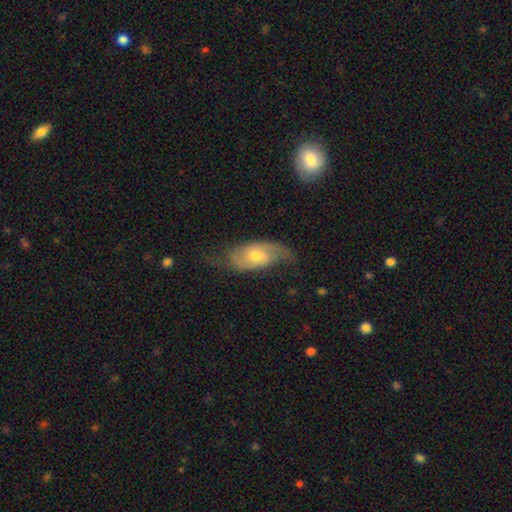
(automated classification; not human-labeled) Smooth or featured? featured or disk (61%)
Edge-on disk? no (90%)
Bar? no (64%)
Spiral arms? yes (84%)
Bulge size? moderate (66%)
Merging? none (57%)